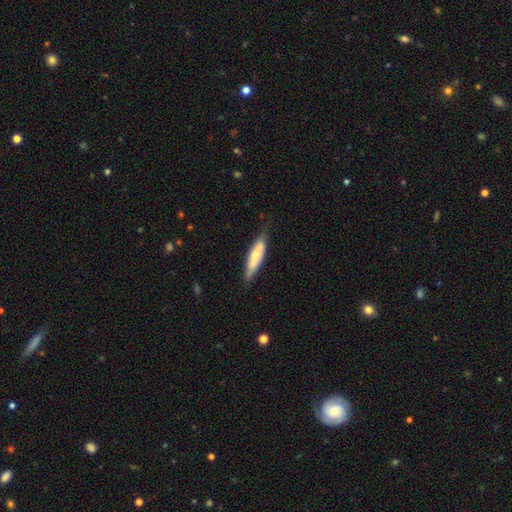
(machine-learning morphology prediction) This is possibly a smooth galaxy (58%). How rounded: likely cigar-shaped (70%). Merging: likely none (69%).